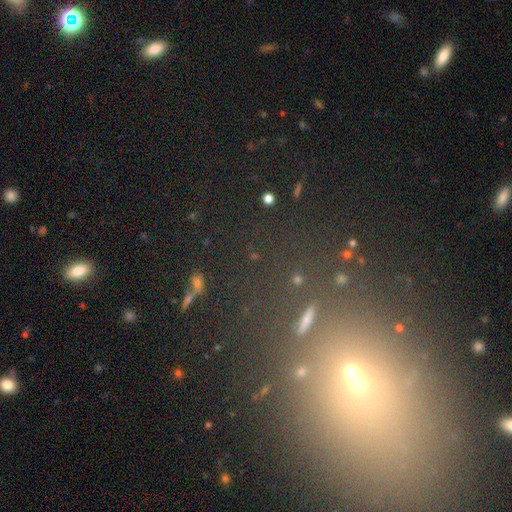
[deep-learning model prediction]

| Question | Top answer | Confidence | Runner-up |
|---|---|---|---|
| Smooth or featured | star or artifact | 60% | smooth (27%) |